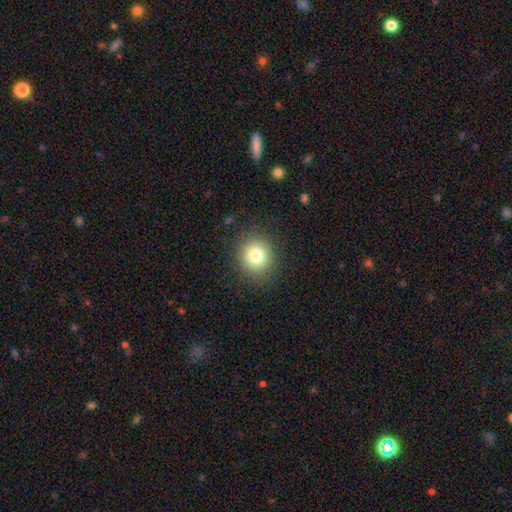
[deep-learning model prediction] Smooth or featured: smooth — 79% (star or artifact — 12%)
How rounded: round — 82% (in between — 18%)
Merging: none — 88% (minor disturbance — 8%)